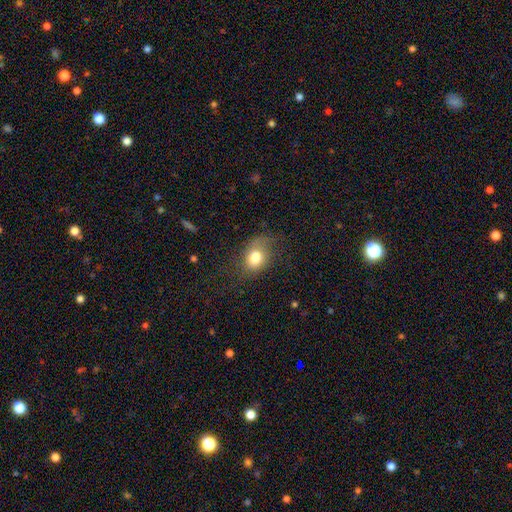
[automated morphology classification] Overall: smooth (74%). How rounded: in between (65%; round 34%). Merging: none (51%; minor disturbance 27%).